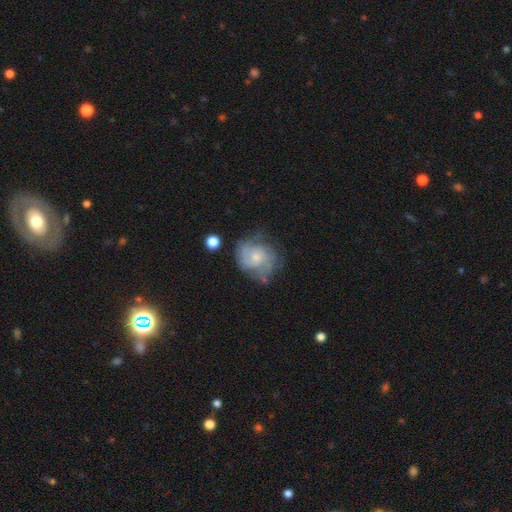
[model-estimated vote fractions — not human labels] Smooth or featured? featured or disk (71%)
Edge-on disk? no (98%)
Bar? no (74%)
Spiral arms? yes (87%)
Spiral winding? tight (47%)
Spiral arm count? can't tell (35%)
Bulge size? small (57%)
Merging? none (59%)